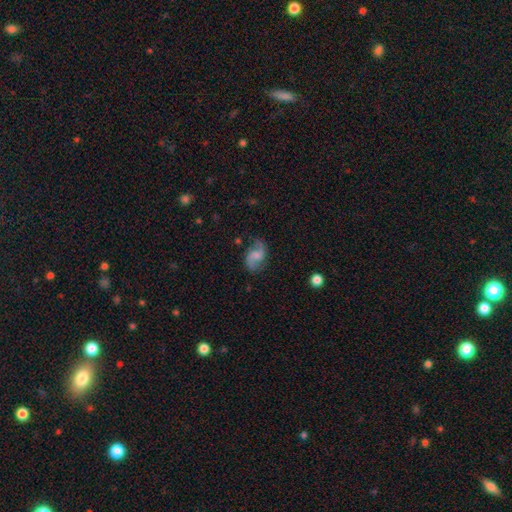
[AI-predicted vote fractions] Morphology: type=featured or disk (72%); edge-on=no (97%); bar=weak (46%); spiral arms=yes (94%); winding=loose (59%); arm count=2 (91%); bulge=none (37%); merging=none (71%).